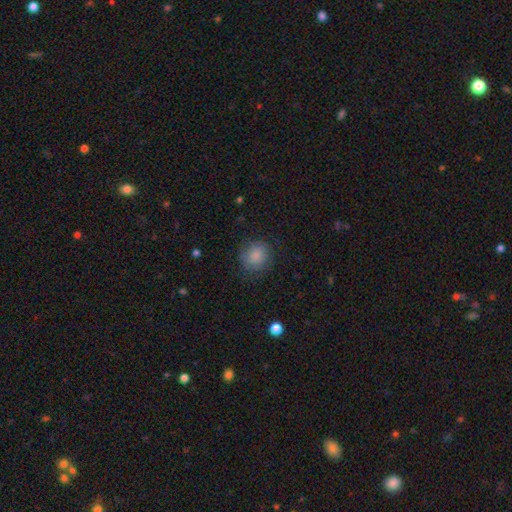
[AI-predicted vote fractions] smooth 84%, star or artifact 9%, featured or disk 7%. Down the decision tree: how rounded — round (85%); merging — none (79%).